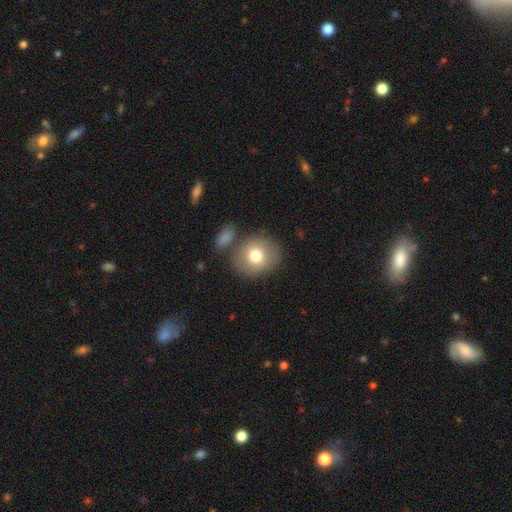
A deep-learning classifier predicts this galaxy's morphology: A smooth galaxy with no disk features (75%) that is round (73%).

Vote fractions:
- Smooth or featured? smooth: 75% / featured or disk: 17% / star or artifact: 8%
- How rounded? round: 73% / in between: 26% / cigar-shaped: 1%
- Merging? none: 72% / minor disturbance: 12% / merger: 12% / major disturbance: 4%